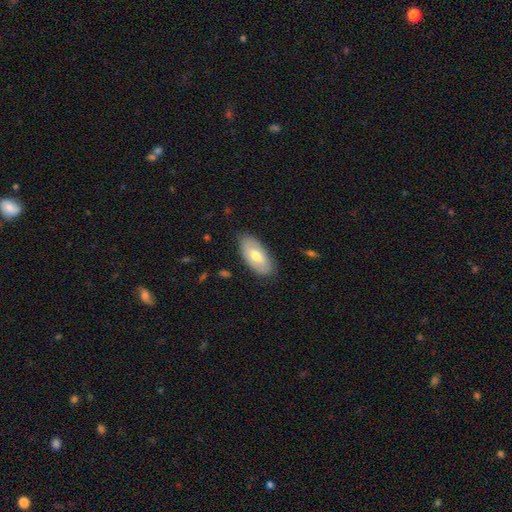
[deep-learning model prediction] Smooth or featured?
  - smooth: 59% *
  - featured or disk: 35%
  - star or artifact: 6%
How rounded?
  - in between: 93% *
  - cigar-shaped: 4%
  - round: 3%
Merging?
  - none: 83% *
  - minor disturbance: 13%
  - major disturbance: 3%
  - merger: 1%